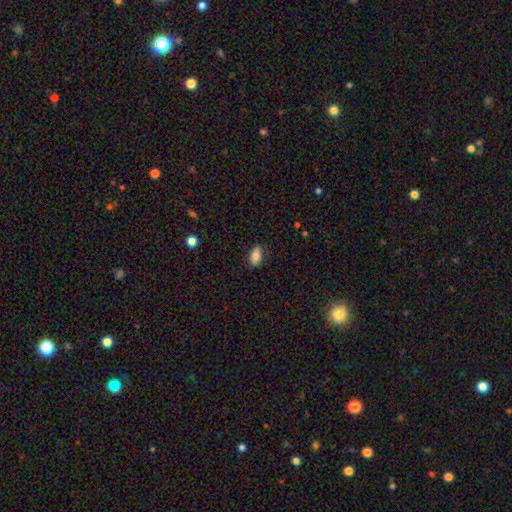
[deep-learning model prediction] Morphology: type=smooth (82%); roundness=in between (91%); merging=none (85%).